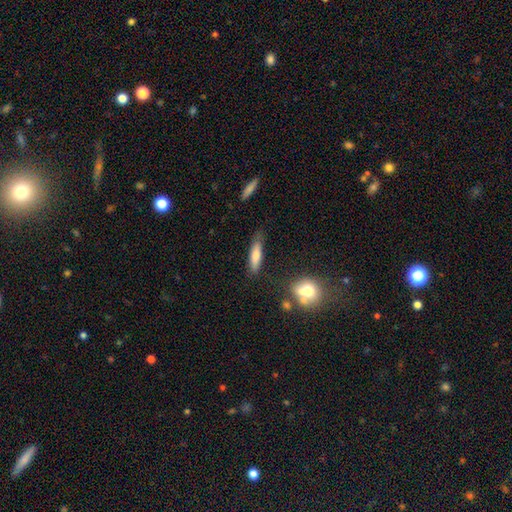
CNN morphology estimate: type=smooth (75%); roundness=cigar-shaped (71%); merging=none (70%).